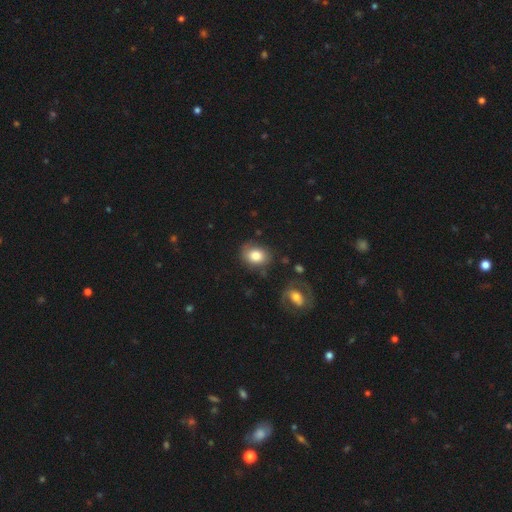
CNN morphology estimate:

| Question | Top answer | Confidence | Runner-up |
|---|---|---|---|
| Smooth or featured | smooth | 79% | featured or disk (13%) |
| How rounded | in between | 53% | round (46%) |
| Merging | none | 68% | minor disturbance (21%) |